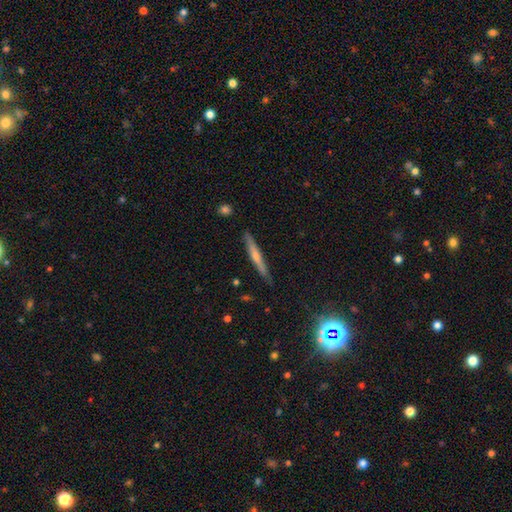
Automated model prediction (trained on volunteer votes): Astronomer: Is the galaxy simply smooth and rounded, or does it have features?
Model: featured or disk — 56% (runner-up: smooth, 36%).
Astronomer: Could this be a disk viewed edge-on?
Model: yes — 96%.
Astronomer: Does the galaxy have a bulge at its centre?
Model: rounded — 60%.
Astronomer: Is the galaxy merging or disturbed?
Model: none — 88%.